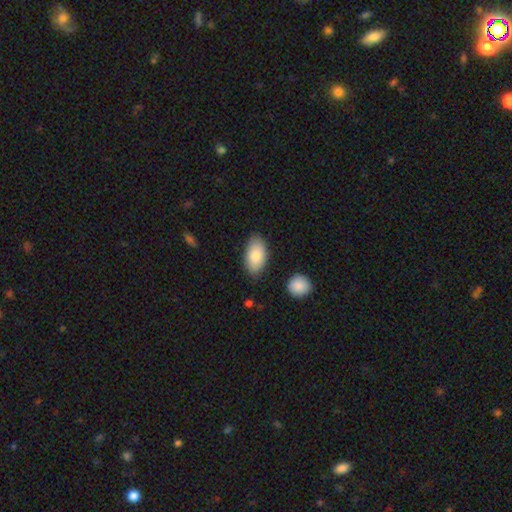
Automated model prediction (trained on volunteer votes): A smooth galaxy with no disk features (82%) that is in between round and cigar-shaped (95%). Merging: none (81%).